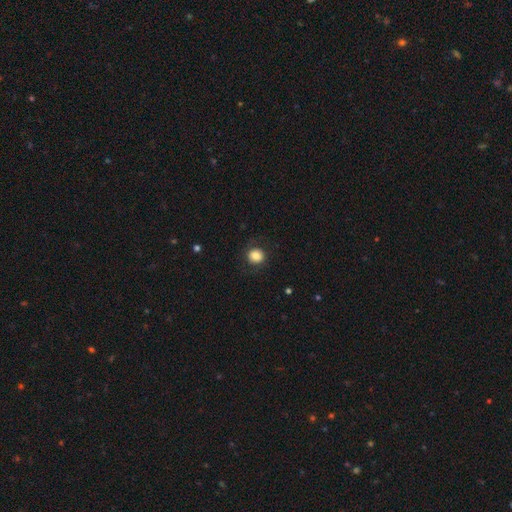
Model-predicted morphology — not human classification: This appears to be a smooth galaxy with no disk features (83%) that is round (84%). Merging: none (84%).